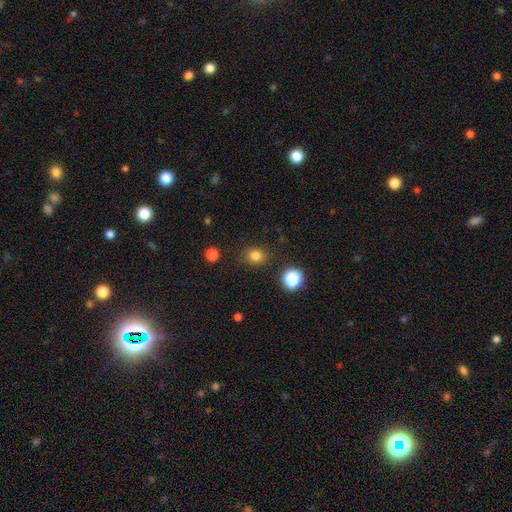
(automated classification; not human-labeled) Smooth or featured? Predicted: smooth (p=0.81). How rounded? Predicted: round (p=0.78). Merging? Predicted: none (p=0.87).